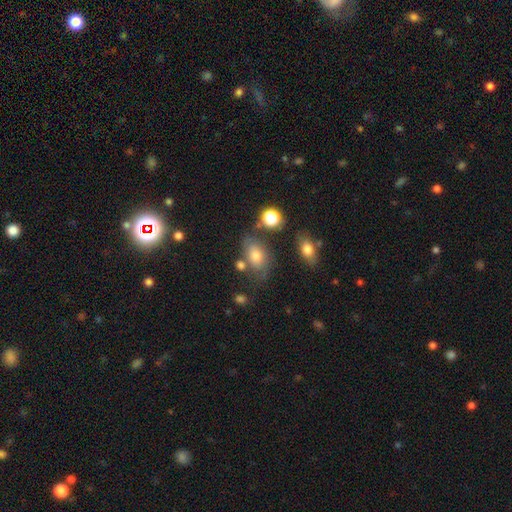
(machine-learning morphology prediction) Smooth or featured? smooth (68%)
How rounded? in between (82%)
Merging? none (57%)